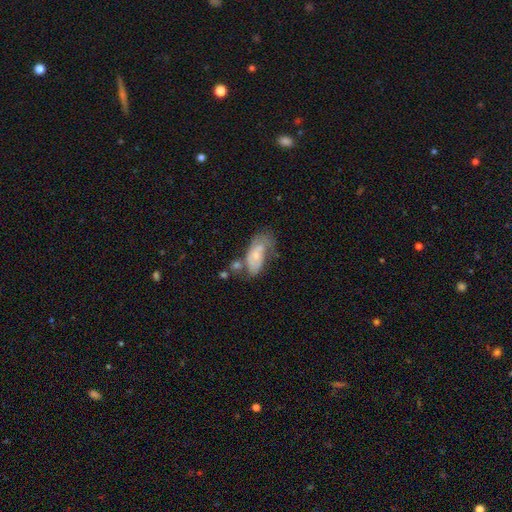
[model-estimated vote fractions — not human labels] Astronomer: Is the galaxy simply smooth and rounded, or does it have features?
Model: smooth — 48% (runner-up: featured or disk, 44%).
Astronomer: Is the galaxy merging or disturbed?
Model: none — 31% (runner-up: minor disturbance, 27%).